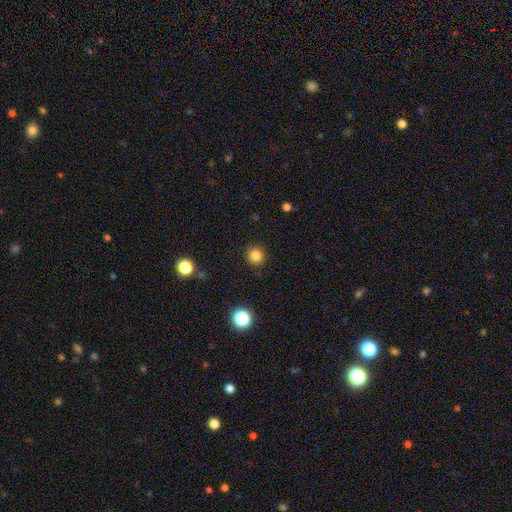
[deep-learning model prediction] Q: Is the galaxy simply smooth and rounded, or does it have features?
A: smooth — 83%.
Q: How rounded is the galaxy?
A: round — 90%.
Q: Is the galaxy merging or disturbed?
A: none — 90%.